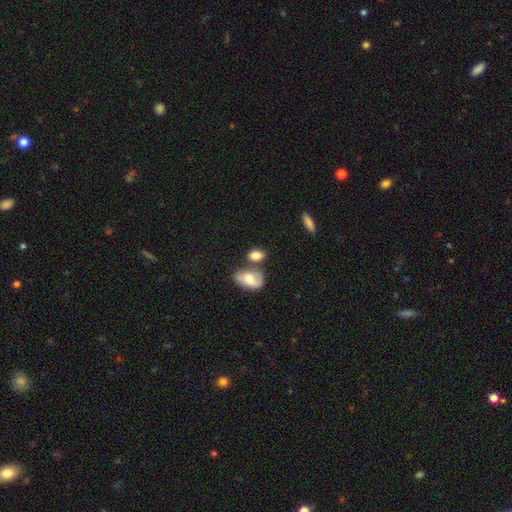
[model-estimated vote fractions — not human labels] Smooth or featured? Predicted: smooth (p=0.77). How rounded? Predicted: in between (p=0.81). Merging? Predicted: none (p=0.52).